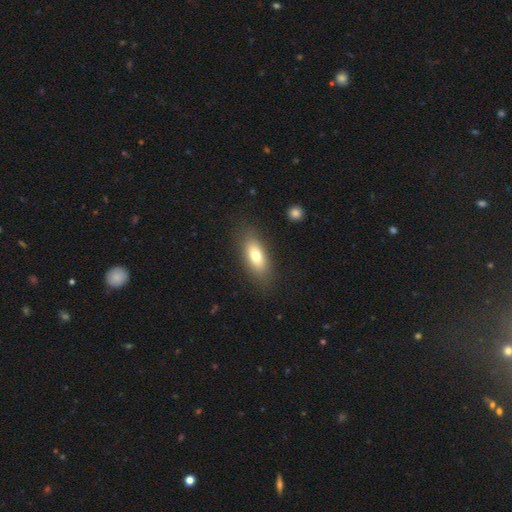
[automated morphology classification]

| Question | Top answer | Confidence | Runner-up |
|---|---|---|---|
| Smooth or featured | smooth | 72% | featured or disk (20%) |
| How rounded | in between | 76% | cigar-shaped (20%) |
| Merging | none | 82% | minor disturbance (12%) |